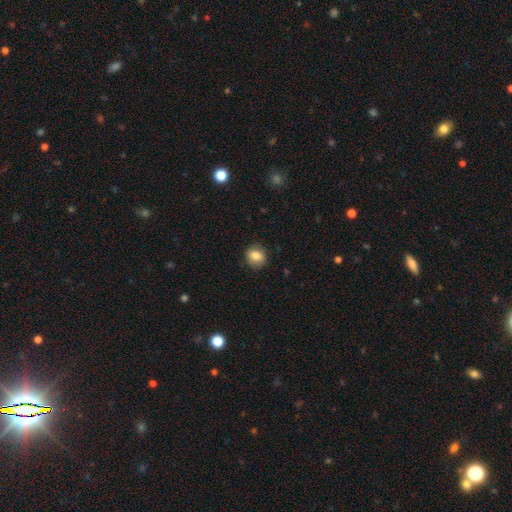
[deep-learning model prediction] A smooth galaxy with no disk features (82%) that is round (71%).

Vote fractions:
- Smooth or featured? smooth: 82% / star or artifact: 9% / featured or disk: 9%
- How rounded? round: 71% / in between: 28% / cigar-shaped: 1%
- Merging? none: 85% / minor disturbance: 11% / major disturbance: 3% / merger: 1%